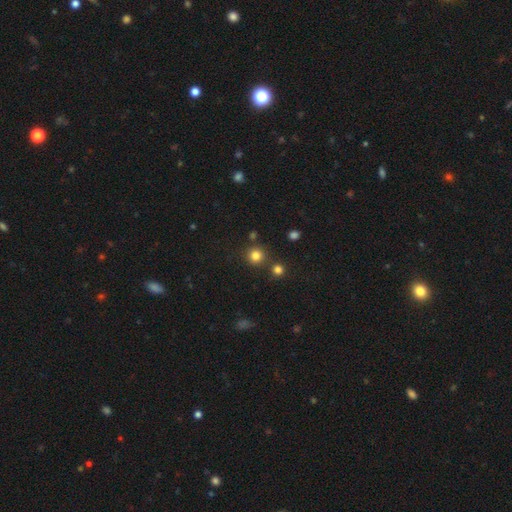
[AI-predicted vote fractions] Smooth or featured? smooth (80%)
How rounded? round (93%)
Merging? none (81%)